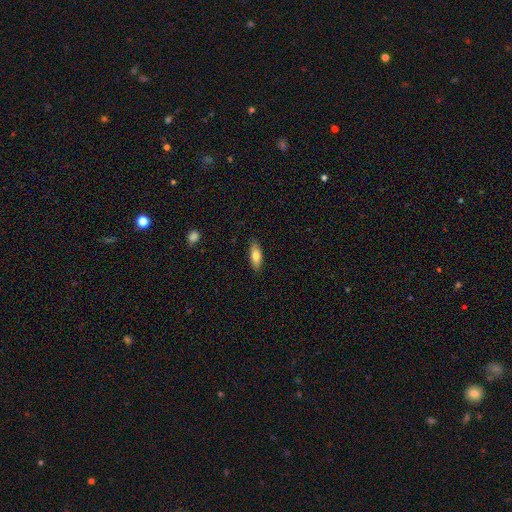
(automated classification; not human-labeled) A smooth galaxy with no disk features (77%) that is in between round and cigar-shaped (68%). Merging: none (86%).